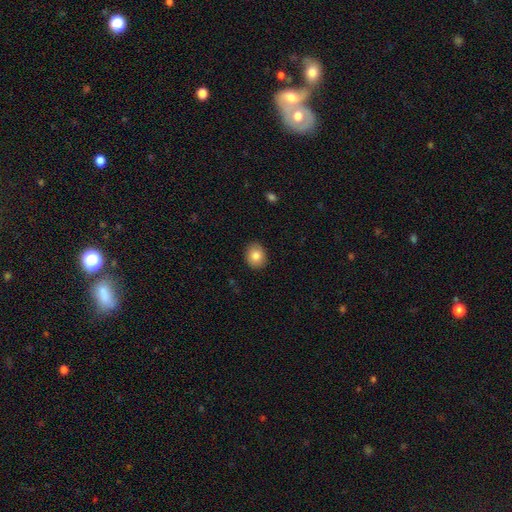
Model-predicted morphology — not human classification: smooth_or_featured: smooth (p=0.85) [alt: star or artifact p=0.08]
how_rounded: round (p=0.59) [alt: in between p=0.40]
merging: none (p=0.89) [alt: minor disturbance p=0.08]